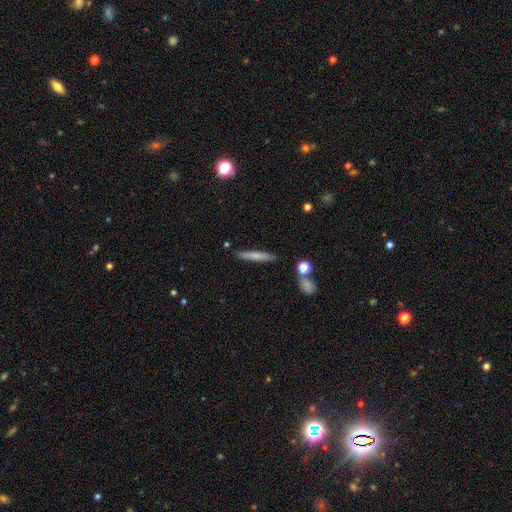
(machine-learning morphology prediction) Q: Smooth or featured?
A: smooth (69%); runner-up: featured or disk (25%)
Q: How rounded?
A: cigar-shaped (93%); runner-up: in between (5%)
Q: Merging?
A: none (86%); runner-up: minor disturbance (9%)